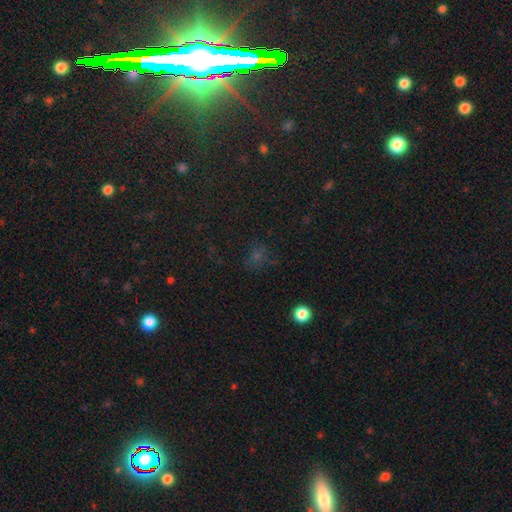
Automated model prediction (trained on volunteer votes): Overall: smooth (44%, tied with star or artifact). Merging: none (70%).